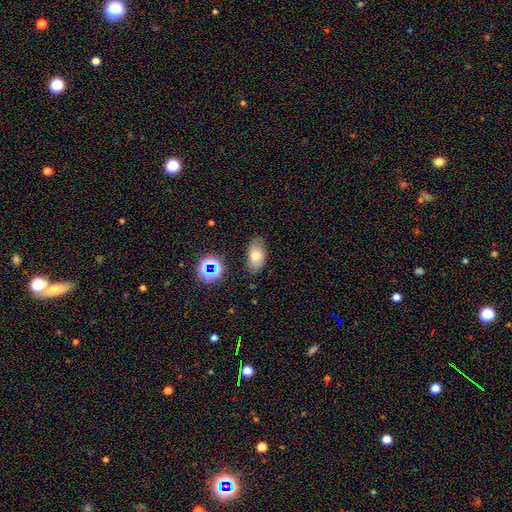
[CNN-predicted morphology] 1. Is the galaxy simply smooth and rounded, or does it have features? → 71% smooth, 16% featured or disk, 13% star or artifact.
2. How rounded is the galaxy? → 91% in between, 7% round, 2% cigar-shaped.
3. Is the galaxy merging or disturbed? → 80% none, 14% minor disturbance, 3% major disturbance, 2% merger.